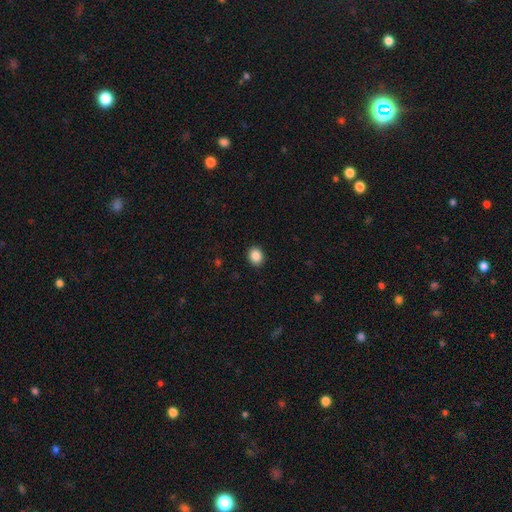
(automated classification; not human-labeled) Q: Smooth or featured?
A: smooth (88%); runner-up: star or artifact (9%)
Q: How rounded?
A: round (57%); runner-up: in between (42%)
Q: Merging?
A: none (91%); runner-up: minor disturbance (7%)